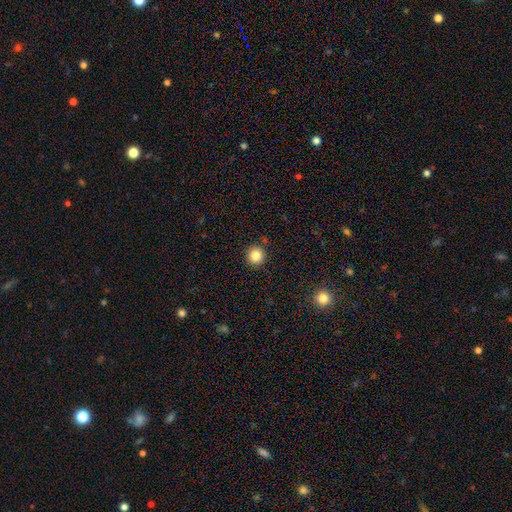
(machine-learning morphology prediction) Smooth or featured: smooth — 85% (star or artifact — 11%)
How rounded: round — 93% (in between — 6%)
Merging: none — 89% (minor disturbance — 7%)